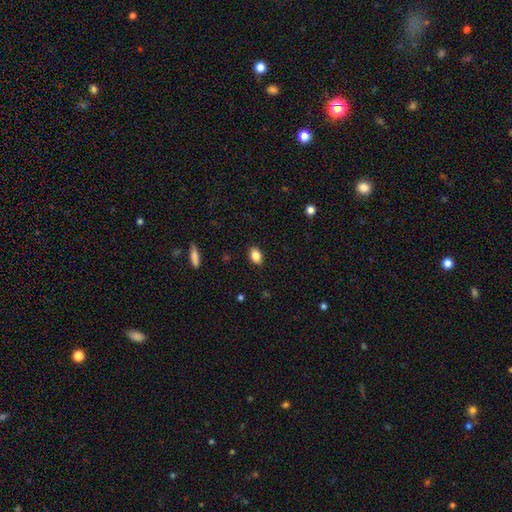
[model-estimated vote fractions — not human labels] Morphology: type=smooth (85%); roundness=in between (80%); merging=none (88%).